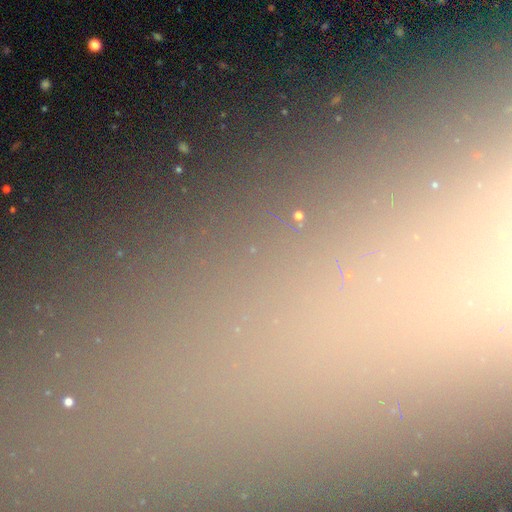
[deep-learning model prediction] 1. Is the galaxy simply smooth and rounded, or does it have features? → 66% star or artifact, 21% smooth, 13% featured or disk.